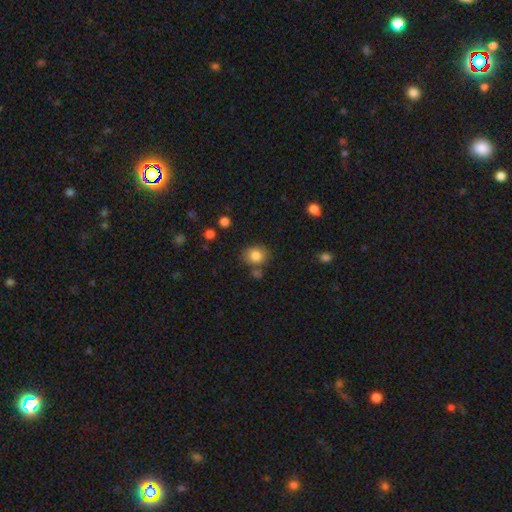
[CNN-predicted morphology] Smooth or featured? Predicted: smooth (p=0.83). How rounded? Predicted: round (p=0.64). Merging? Predicted: none (p=0.75).